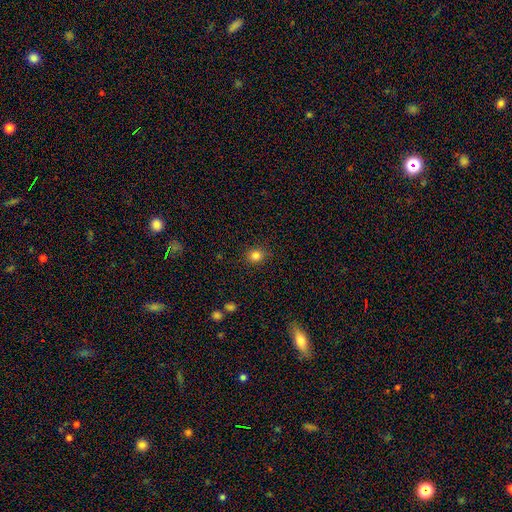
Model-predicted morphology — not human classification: The model was most divided on "how rounded": round: 80%, in between: 19%, cigar-shaped: 1%. More confident: merging — none (89%); smooth or featured — smooth (82%).